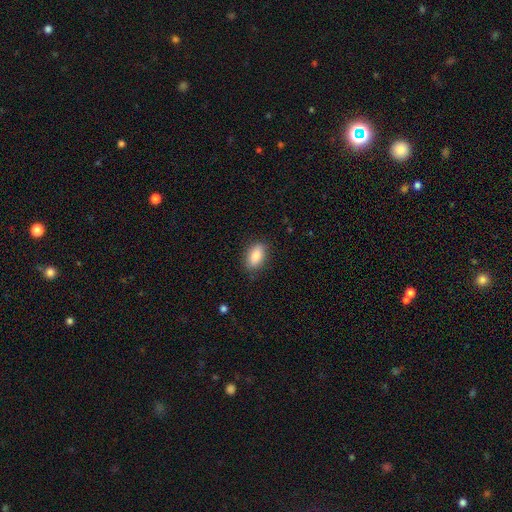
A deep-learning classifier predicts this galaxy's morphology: This is clearly a smooth galaxy (86%). How rounded: clearly in between (90%). Merging: clearly none (87%).